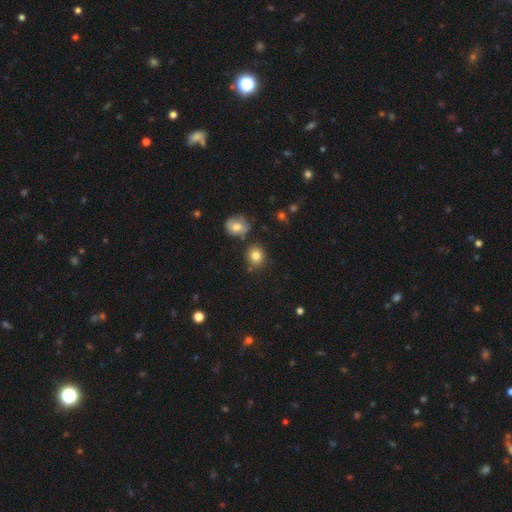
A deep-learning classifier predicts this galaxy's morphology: smooth-or-featured: smooth: 82% | star or artifact: 11% | featured or disk: 7%
  how-rounded: round: 76% | in between: 23% | cigar-shaped: 1%
  merging: none: 77% | minor disturbance: 11% | merger: 8% | major disturbance: 3%